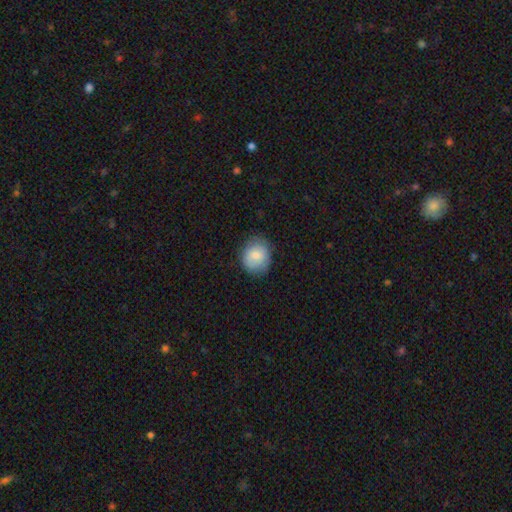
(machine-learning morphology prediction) smooth_or_featured: smooth (p=0.80) [alt: featured or disk p=0.12]
how_rounded: round (p=0.73) [alt: in between p=0.26]
merging: none (p=0.78) [alt: minor disturbance p=0.17]